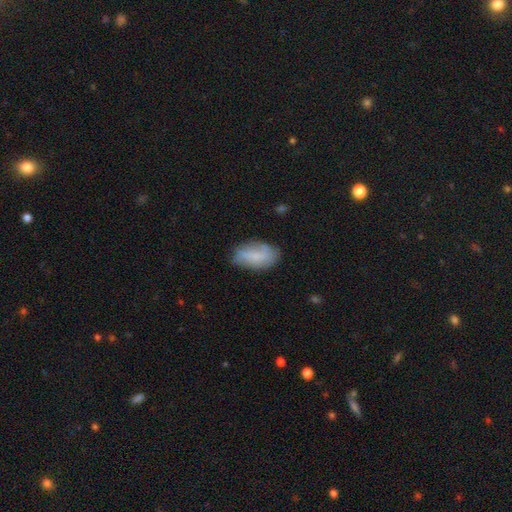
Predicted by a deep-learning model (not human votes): Smooth or featured? Predicted: smooth (p=0.68). How rounded? Predicted: in between (p=0.92). Merging? Predicted: none (p=0.63).